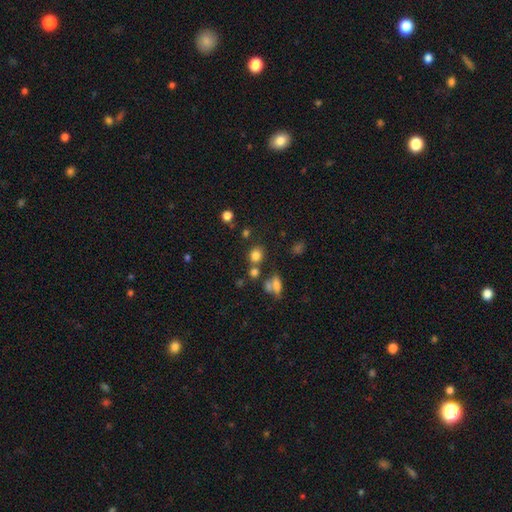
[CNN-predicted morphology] The model was most divided on "how rounded": round: 73%, in between: 25%, cigar-shaped: 1%. More confident: smooth or featured — smooth (77%); merging — none (68%).